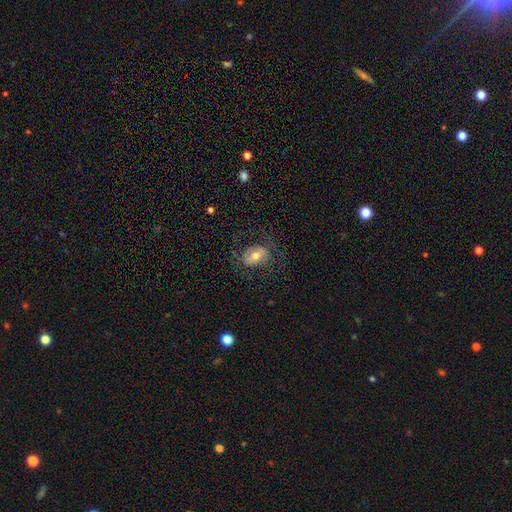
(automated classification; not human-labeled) Morphology: type=smooth (46%); merging=none (67%).